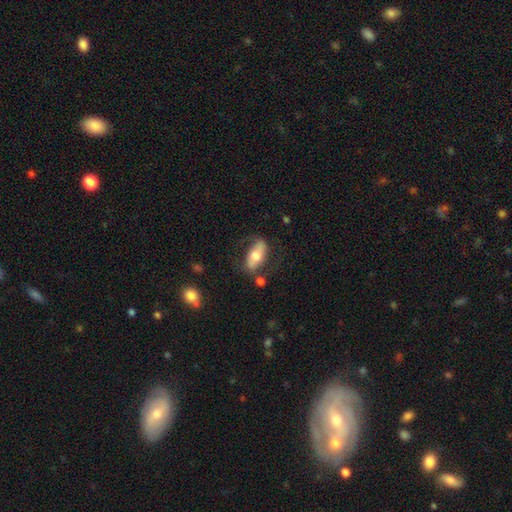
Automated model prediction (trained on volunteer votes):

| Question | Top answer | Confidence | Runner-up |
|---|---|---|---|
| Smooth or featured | smooth | 58% | featured or disk (36%) |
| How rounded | in between | 83% | cigar-shaped (13%) |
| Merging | none | 65% | minor disturbance (20%) |